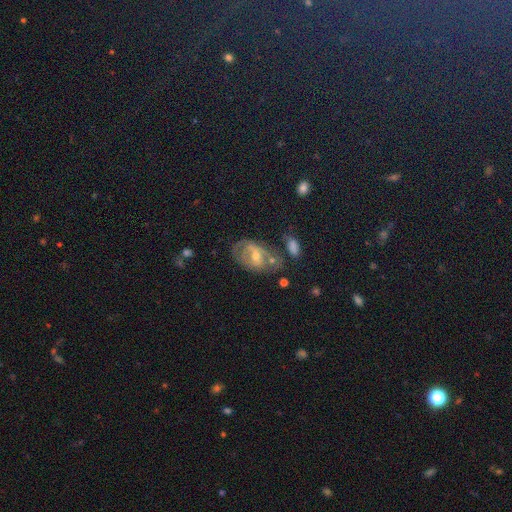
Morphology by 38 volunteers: type=featured or disk (84%); edge-on=no (94%); bar=no (57%); spiral arms=yes (67%); winding=medium (50%); arm count=can't tell (50%); bulge=moderate (57%); merging=none (41%).